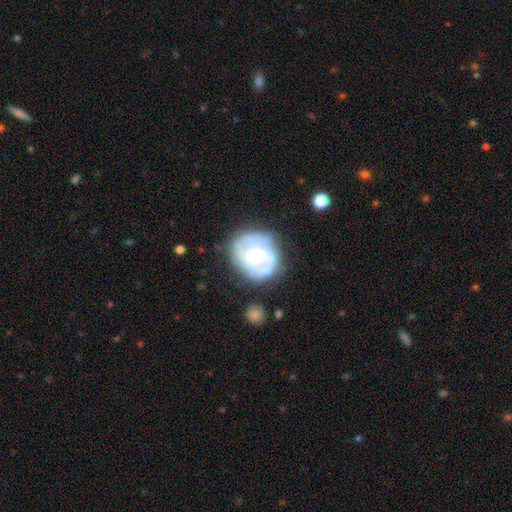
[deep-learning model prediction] Smooth or featured?
  - featured or disk: 68% *
  - smooth: 25%
  - star or artifact: 7%
Edge-on disk?
  - no: 97% *
  - yes: 3%
Bar?
  - no: 63% *
  - weak: 29%
  - strong: 8%
Spiral arms?
  - yes: 61% *
  - no: 39%
Bulge size?
  - moderate: 70% *
  - small: 22%
  - large: 5%
  - none: 1%
  - dominant: 1%
Merging?
  - none: 63% *
  - minor disturbance: 21%
  - major disturbance: 10%
  - merger: 6%